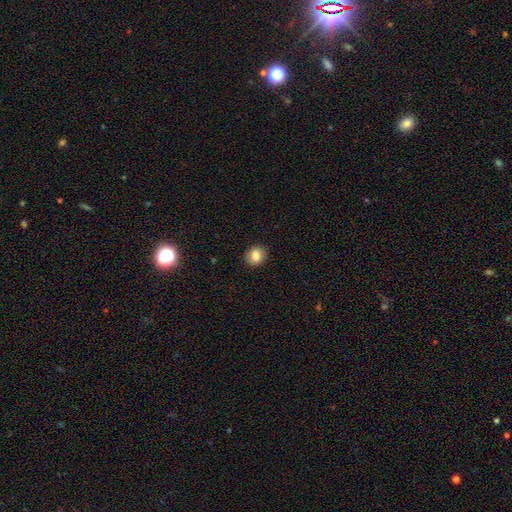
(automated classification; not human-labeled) A smooth galaxy with no disk features (82%) that is round (74%). Merging: none (89%).